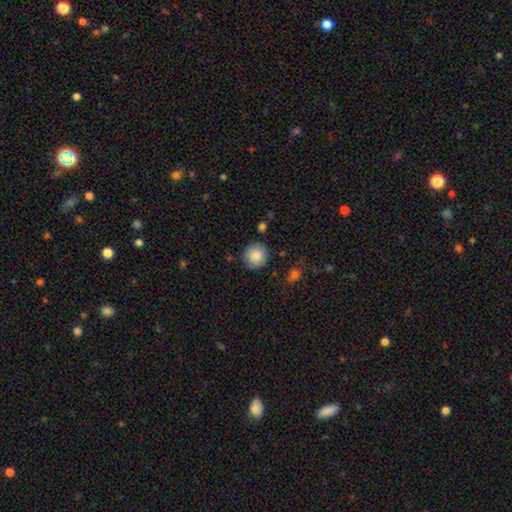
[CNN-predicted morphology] Smooth or featured? smooth (86%)
How rounded? round (94%)
Merging? none (88%)